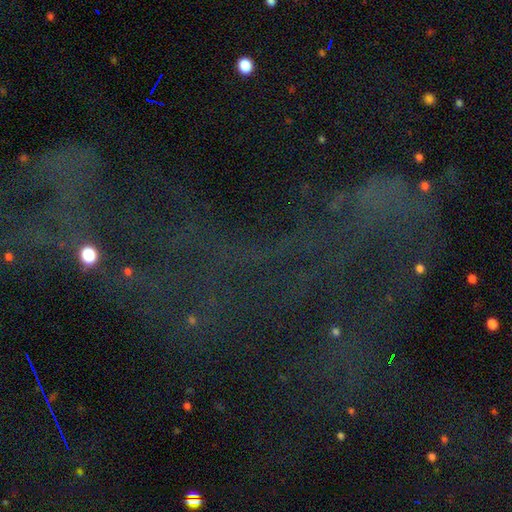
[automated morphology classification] Overall: star or artifact (64%).